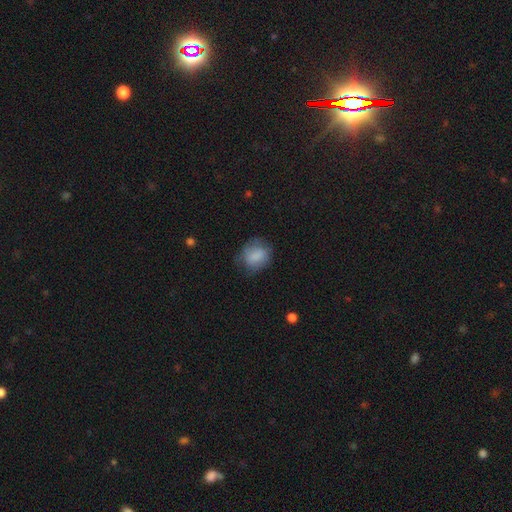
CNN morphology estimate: This is likely a smooth galaxy (79%). How rounded: possibly in between (51%). Merging: likely none (62%).